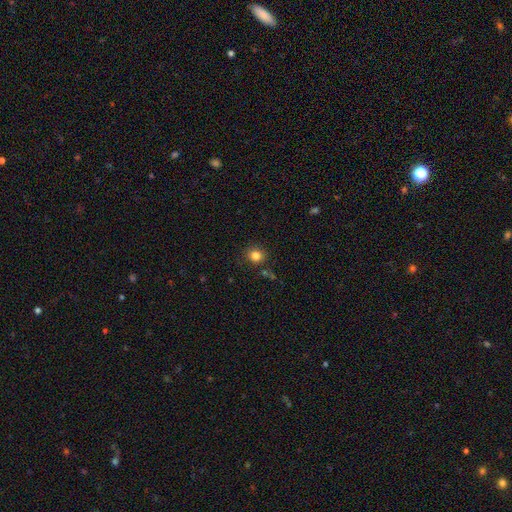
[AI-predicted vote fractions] Smooth or featured? smooth (82%)
How rounded? round (86%)
Merging? none (84%)